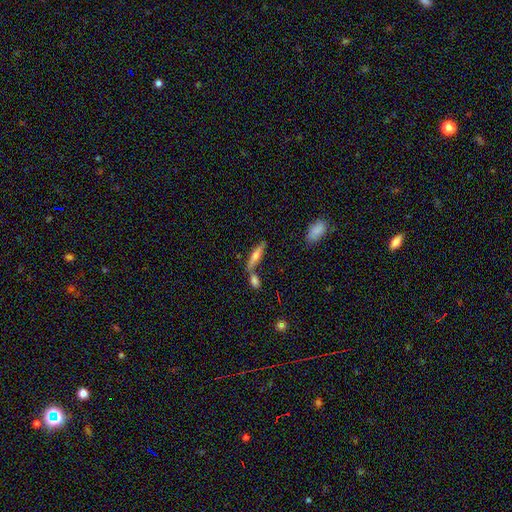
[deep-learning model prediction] Smooth or featured? smooth (55%)
How rounded? cigar-shaped (73%)
Merging? none (59%)